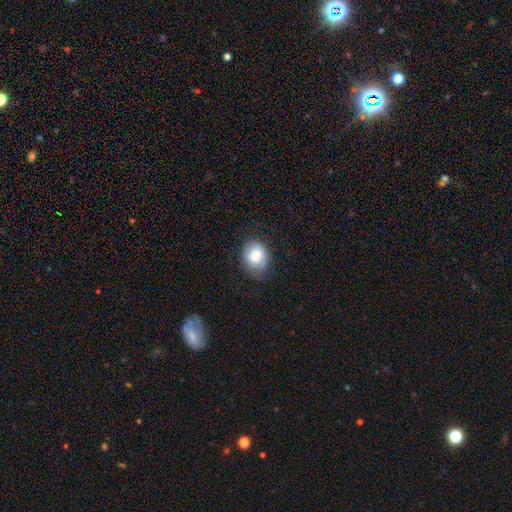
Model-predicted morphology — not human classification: Smooth or featured: smooth — 83% (featured or disk — 10%)
How rounded: in between — 55% (round — 44%)
Merging: none — 71% (minor disturbance — 22%)